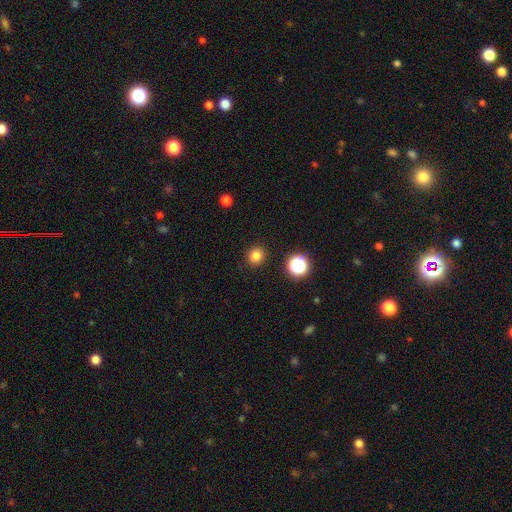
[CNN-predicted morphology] Smooth or featured: smooth — 81% (star or artifact — 15%)
How rounded: round — 91% (in between — 8%)
Merging: none — 91% (minor disturbance — 6%)